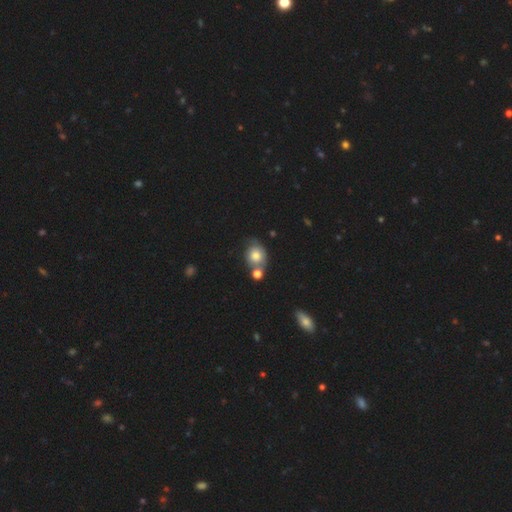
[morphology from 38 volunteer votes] Q: Smooth or featured?
A: smooth (79%); runner-up: featured or disk (16%)
Q: How rounded?
A: round (73%); runner-up: in between (27%)
Q: Merging?
A: none (36%); runner-up: merger (33%)